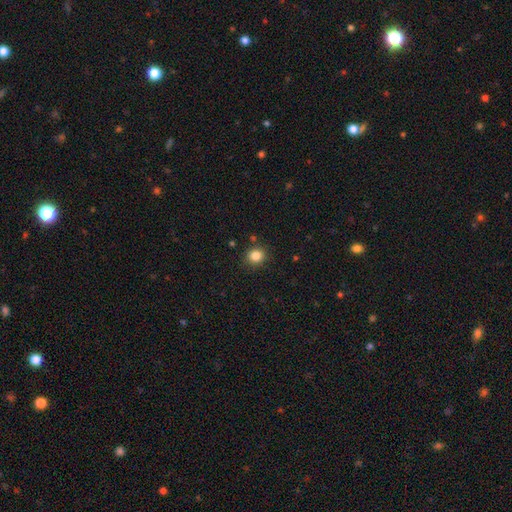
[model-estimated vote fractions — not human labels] Q: Smooth or featured?
A: smooth (84%); runner-up: star or artifact (11%)
Q: How rounded?
A: round (79%); runner-up: in between (20%)
Q: Merging?
A: none (87%); runner-up: minor disturbance (8%)